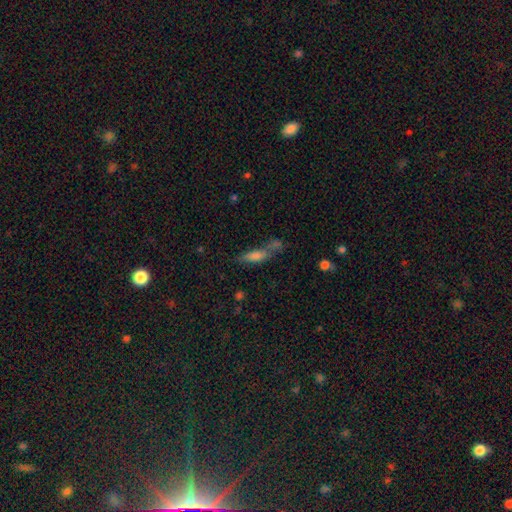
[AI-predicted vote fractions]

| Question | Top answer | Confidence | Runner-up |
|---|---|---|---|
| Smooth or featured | smooth | 65% | featured or disk (21%) |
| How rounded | cigar-shaped | 50% | in between (46%) |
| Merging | merger | 37% | none (35%) |